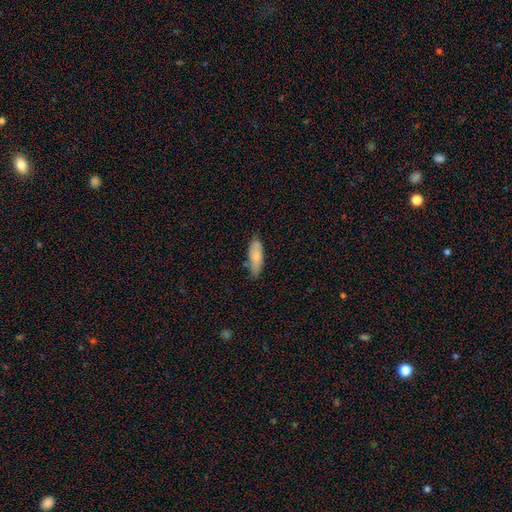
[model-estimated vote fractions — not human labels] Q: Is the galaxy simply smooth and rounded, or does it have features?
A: smooth — 79%.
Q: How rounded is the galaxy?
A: in between — 63%.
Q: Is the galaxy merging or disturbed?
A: none — 74%.